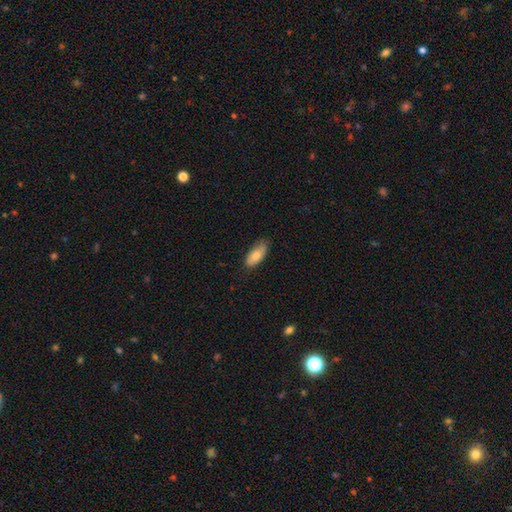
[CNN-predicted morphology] This is clearly a smooth galaxy (80%). How rounded: clearly in between (86%). Merging: likely none (76%).